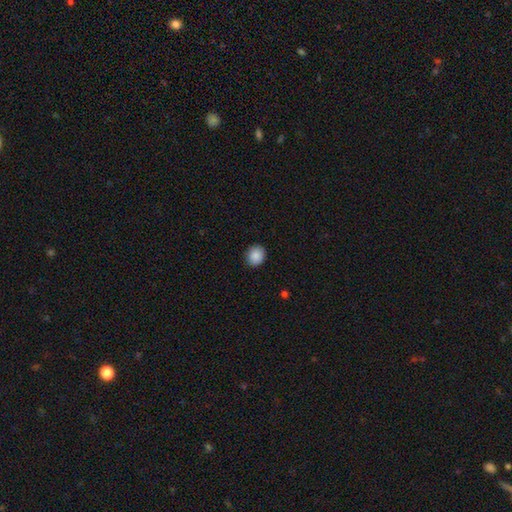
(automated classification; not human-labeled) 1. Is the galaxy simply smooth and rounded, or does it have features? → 89% smooth, 8% star or artifact, 3% featured or disk.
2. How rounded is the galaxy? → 72% round, 27% in between, 1% cigar-shaped.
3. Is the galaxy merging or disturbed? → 90% none, 8% minor disturbance, 2% major disturbance, 1% merger.